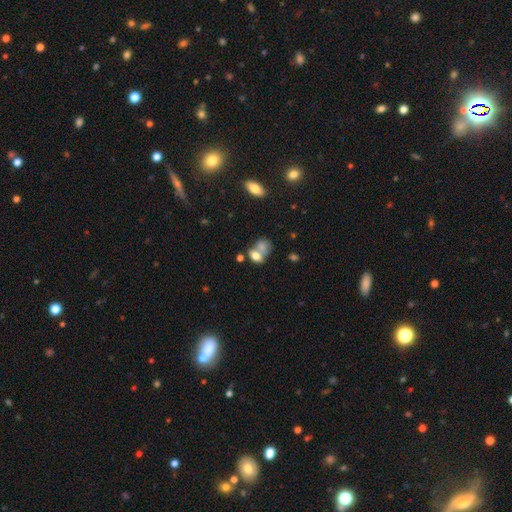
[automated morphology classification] smooth 72%, featured or disk 18%, star or artifact 11%. Down the decision tree: how rounded — in between (71%); merging — merger (59%).